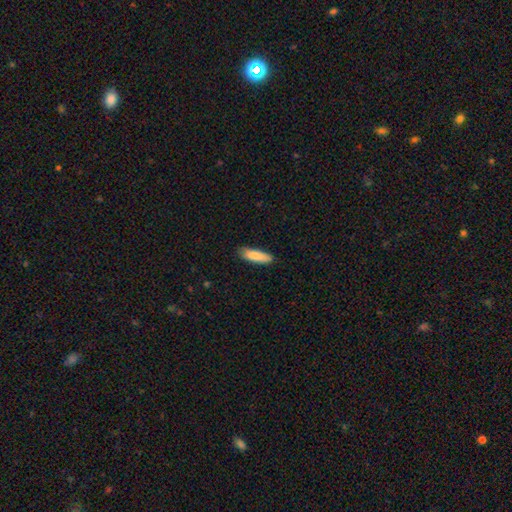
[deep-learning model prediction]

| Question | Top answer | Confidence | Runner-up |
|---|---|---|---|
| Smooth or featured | smooth | 85% | featured or disk (9%) |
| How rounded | cigar-shaped | 60% | in between (38%) |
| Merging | none | 81% | minor disturbance (15%) |